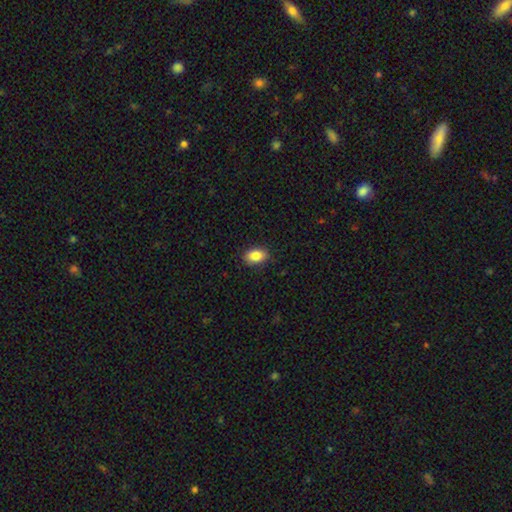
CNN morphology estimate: Smooth or featured? Predicted: smooth (p=0.86). How rounded? Predicted: in between (p=0.87). Merging? Predicted: none (p=0.87).